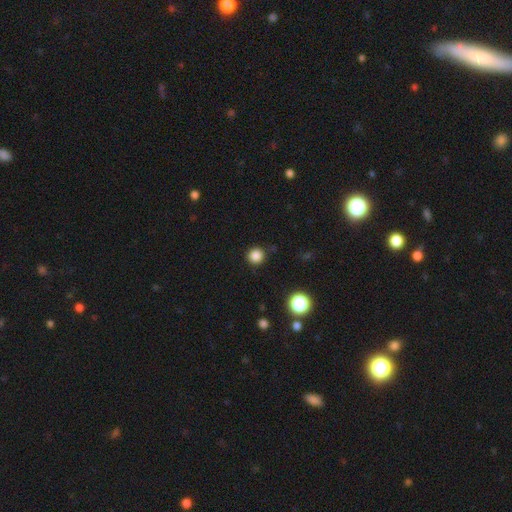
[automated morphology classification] This is clearly a smooth galaxy (84%). How rounded: clearly round (95%). Merging: clearly none (90%).